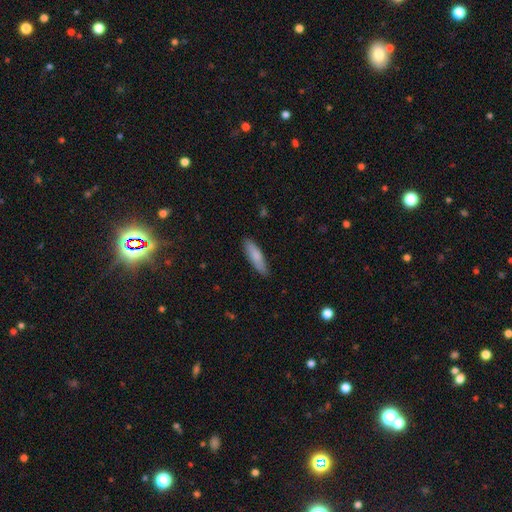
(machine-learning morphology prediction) This appears to be a smooth galaxy with no disk features (81%) that is cigar-shaped (64%). Merging: none (85%).